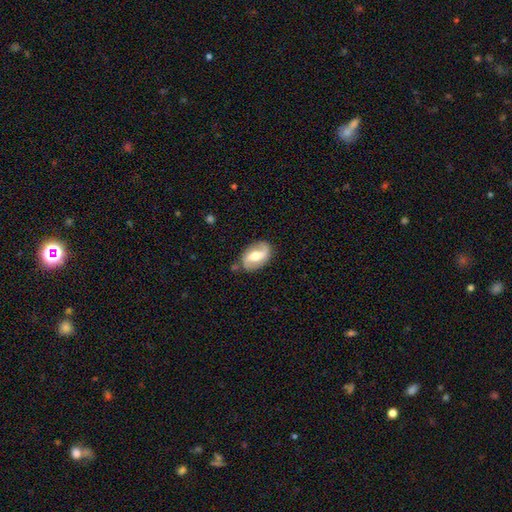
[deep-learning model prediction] Smooth or featured? Predicted: featured or disk (p=0.78). Edge-on disk? Predicted: no (p=0.97). Bar? Predicted: weak (p=0.44). Spiral arms? Predicted: yes (p=0.92). Spiral winding? Predicted: loose (p=0.54). Spiral arm count? Predicted: 2 (p=0.91). Bulge size? Predicted: moderate (p=0.67). Merging? Predicted: none (p=0.81).